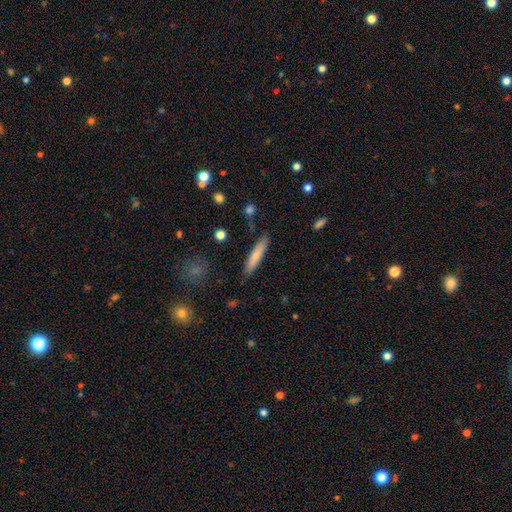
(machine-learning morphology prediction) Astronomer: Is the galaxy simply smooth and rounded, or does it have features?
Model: smooth — 77%.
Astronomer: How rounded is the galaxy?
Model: cigar-shaped — 87%.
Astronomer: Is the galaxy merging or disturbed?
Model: none — 84%.